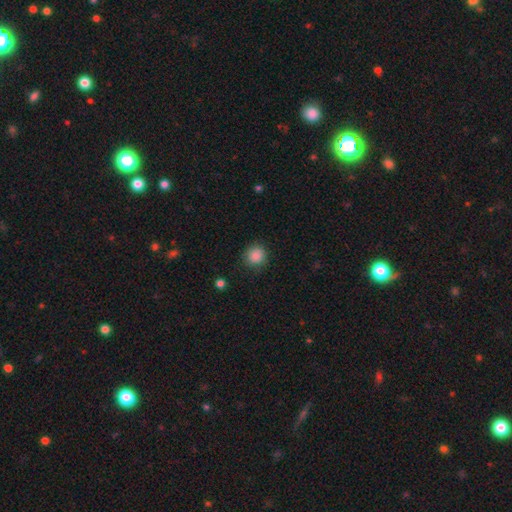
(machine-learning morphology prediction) Smooth or featured? smooth (87%)
How rounded? round (85%)
Merging? none (84%)